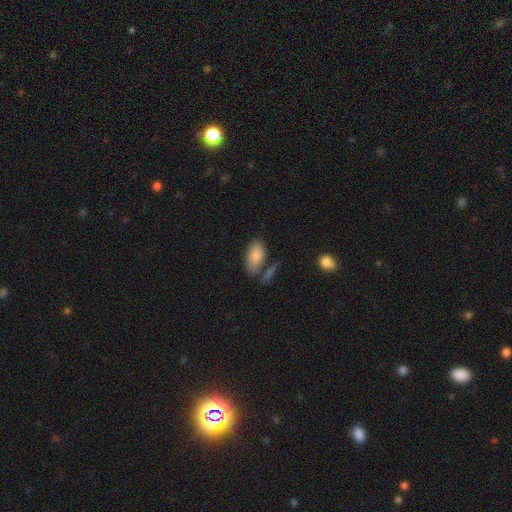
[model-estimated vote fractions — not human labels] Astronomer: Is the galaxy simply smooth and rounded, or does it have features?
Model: smooth — 85%.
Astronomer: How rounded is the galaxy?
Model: in between — 92%.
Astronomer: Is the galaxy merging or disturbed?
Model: none — 63%.